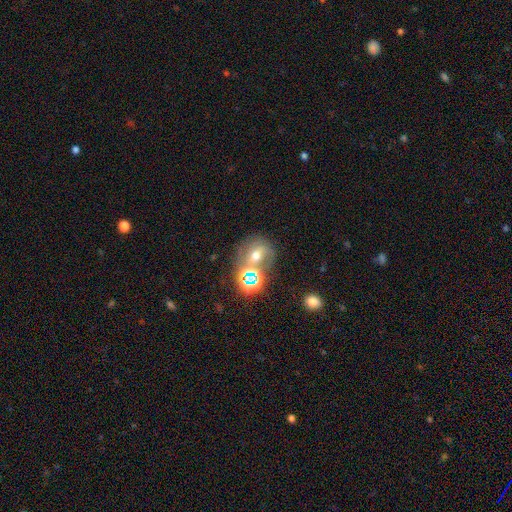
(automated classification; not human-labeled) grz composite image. It shows a smooth galaxy with no disk features (37%). Merging: none (50%).